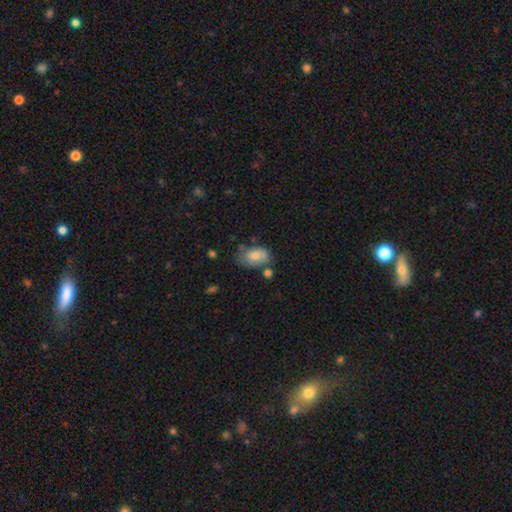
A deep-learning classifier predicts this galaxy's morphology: Overall: smooth (78%). How rounded: in between (89%). Merging: none (50%; minor disturbance 29%).